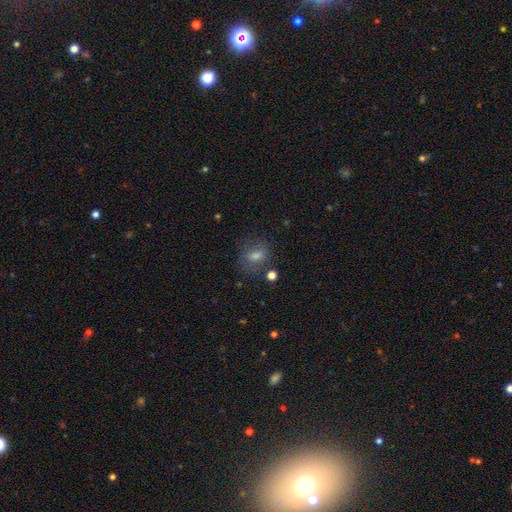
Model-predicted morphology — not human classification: A smooth galaxy with no disk features (65%) that is in between round and cigar-shaped (60%).

Vote fractions:
- Smooth or featured? smooth: 65% / featured or disk: 21% / star or artifact: 14%
- How rounded? in between: 60% / round: 34% / cigar-shaped: 5%
- Merging? none: 69% / minor disturbance: 17% / major disturbance: 9% / merger: 4%